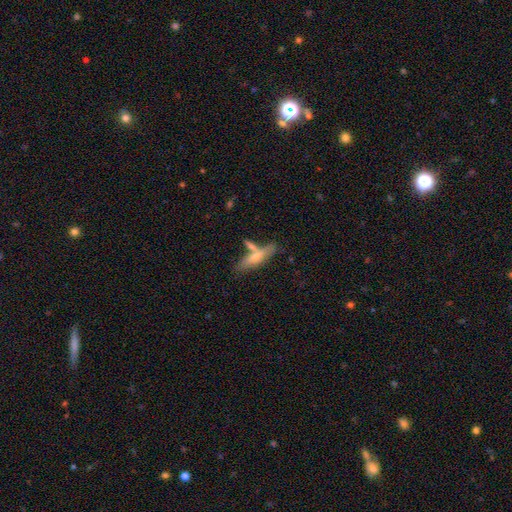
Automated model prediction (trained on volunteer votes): A smooth galaxy with no disk features (61%) that is cigar-shaped (70%). Merging: none (52%).